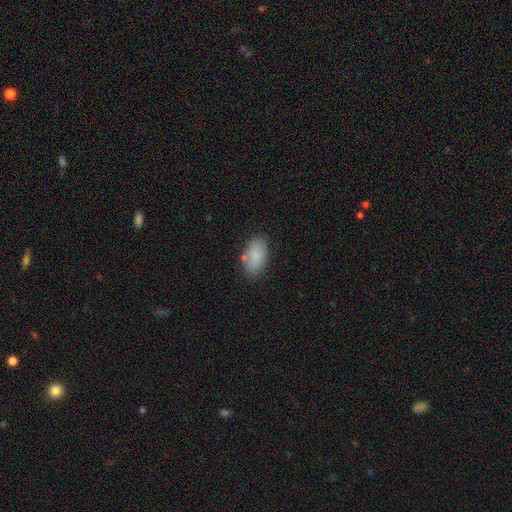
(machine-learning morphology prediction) Smooth or featured: smooth — 84% (featured or disk — 9%)
How rounded: in between — 93% (round — 4%)
Merging: none — 78% (minor disturbance — 14%)